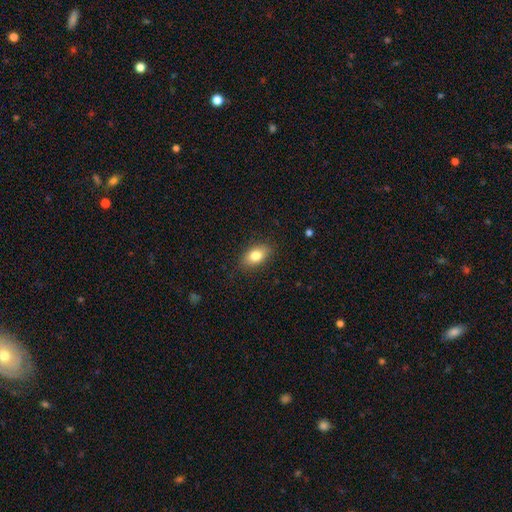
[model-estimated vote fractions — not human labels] A smooth galaxy with no disk features (80%) that is in between round and cigar-shaped (86%).

Vote fractions:
- Smooth or featured? smooth: 80% / featured or disk: 11% / star or artifact: 8%
- How rounded? in between: 86% / round: 10% / cigar-shaped: 3%
- Merging? none: 85% / minor disturbance: 12% / major disturbance: 3% / merger: 1%